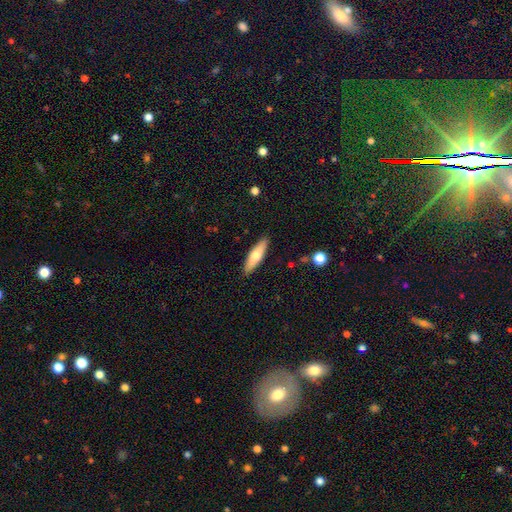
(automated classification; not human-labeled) Smooth or featured? smooth (62%)
How rounded? cigar-shaped (60%)
Merging? none (89%)